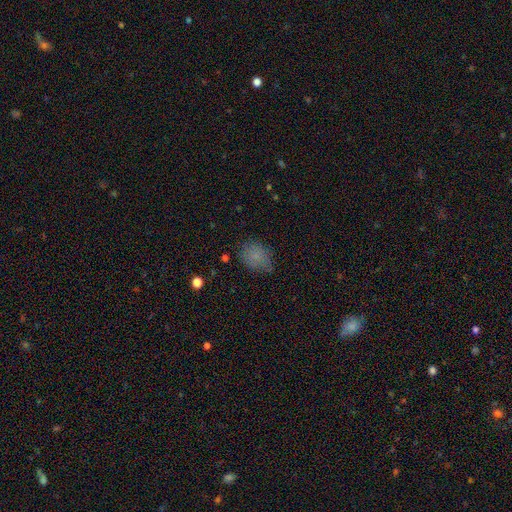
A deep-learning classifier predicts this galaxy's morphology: smooth_or_featured: smooth (p=0.79) [alt: star or artifact p=0.12]
how_rounded: in between (p=0.57) [alt: round p=0.42]
merging: none (p=0.74) [alt: minor disturbance p=0.19]